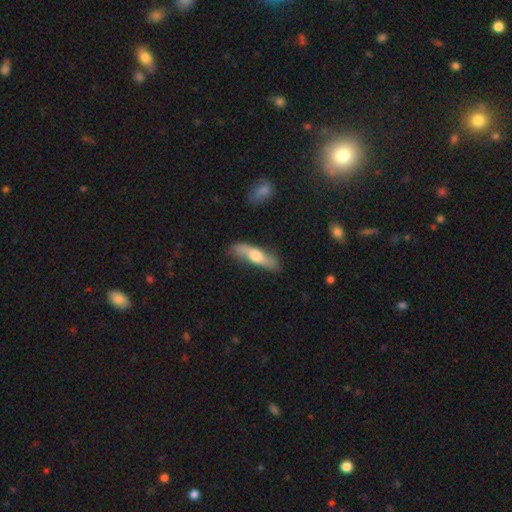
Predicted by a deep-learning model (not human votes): Morphology: type=smooth (49%); merging=none (74%).